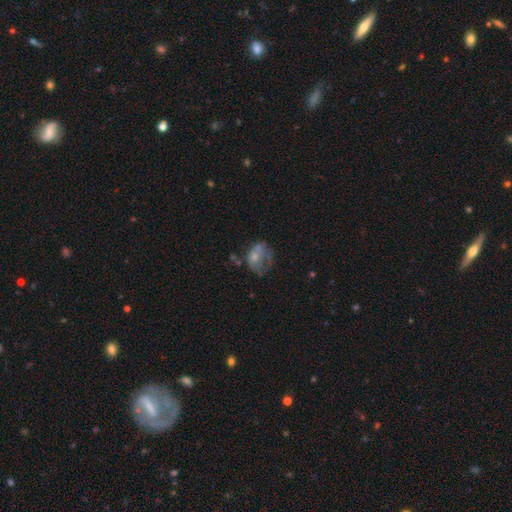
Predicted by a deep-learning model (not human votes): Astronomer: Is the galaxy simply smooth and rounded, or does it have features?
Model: smooth — 55% (runner-up: featured or disk, 35%).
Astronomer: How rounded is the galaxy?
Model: in between — 58% (runner-up: round, 40%).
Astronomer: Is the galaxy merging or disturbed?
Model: major disturbance — 37% (runner-up: none, 29%).